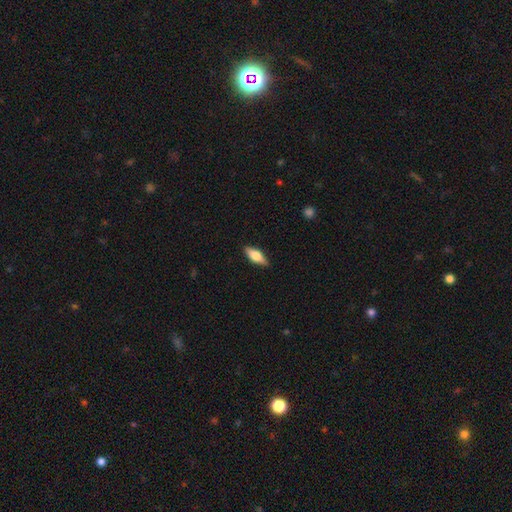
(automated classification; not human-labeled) Smooth or featured: smooth — 57% (featured or disk — 36%)
How rounded: in between — 65% (cigar-shaped — 32%)
Merging: none — 87% (minor disturbance — 10%)